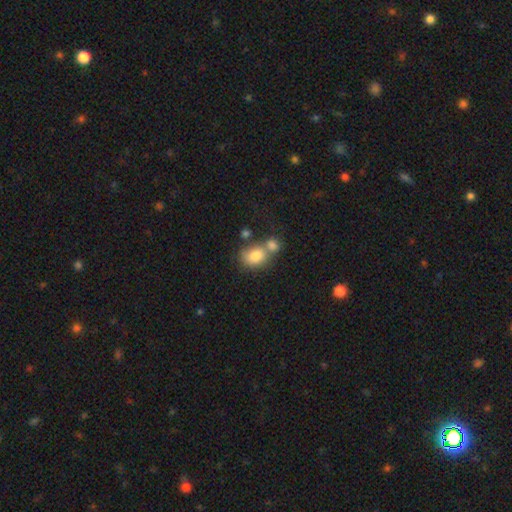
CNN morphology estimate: A smooth galaxy with no disk features (80%) that is in between round and cigar-shaped (65%).

Vote fractions:
- Smooth or featured? smooth: 80% / featured or disk: 11% / star or artifact: 9%
- How rounded? in between: 65% / round: 34% / cigar-shaped: 1%
- Merging? merger: 51% / none: 33% / minor disturbance: 11% / major disturbance: 5%